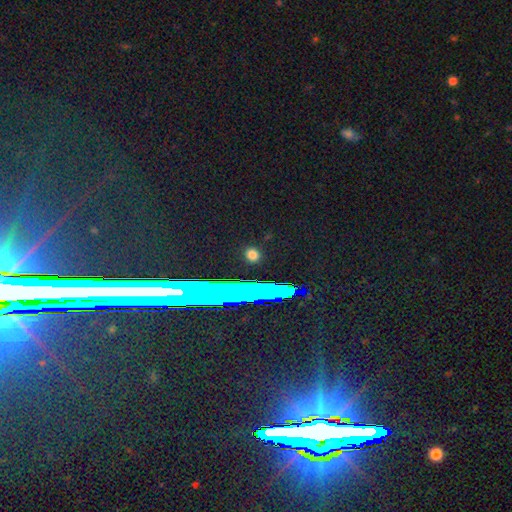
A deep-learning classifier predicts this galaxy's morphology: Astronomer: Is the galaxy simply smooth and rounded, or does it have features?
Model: star or artifact — 72%.